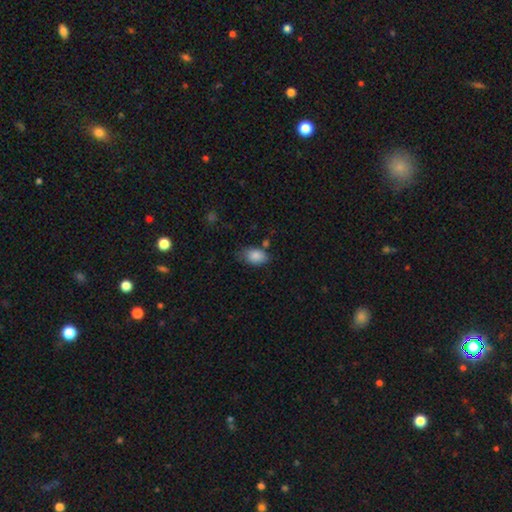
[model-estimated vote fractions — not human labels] Smooth or featured? smooth (86%)
How rounded? in between (87%)
Merging? none (63%)